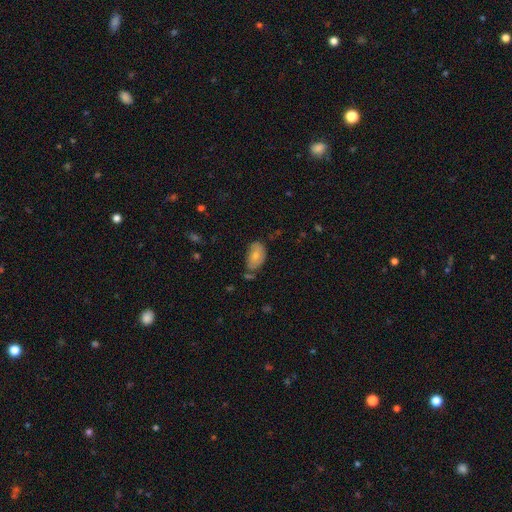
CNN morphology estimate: This is likely a smooth galaxy (66%). How rounded: clearly in between (90%). Merging: possibly none (52%).